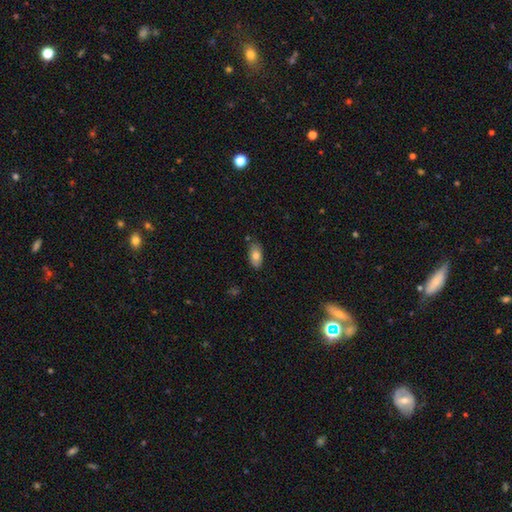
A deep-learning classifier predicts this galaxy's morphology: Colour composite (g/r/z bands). It shows a smooth galaxy with no disk features (78%) that is in between round and cigar-shaped (92%). Merging: none (79%).